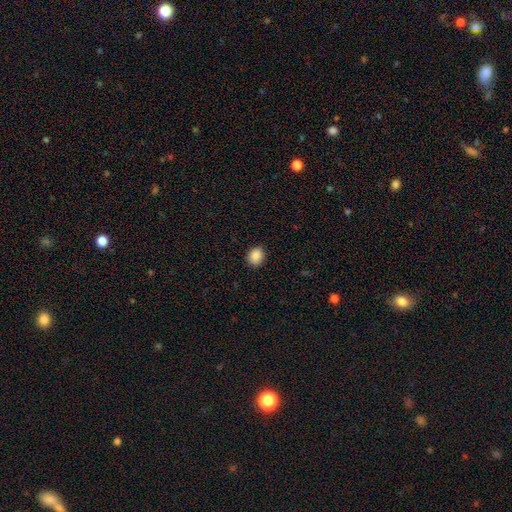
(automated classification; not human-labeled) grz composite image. It shows a smooth galaxy with no disk features (88%) that is round (59%). Merging: none (88%).